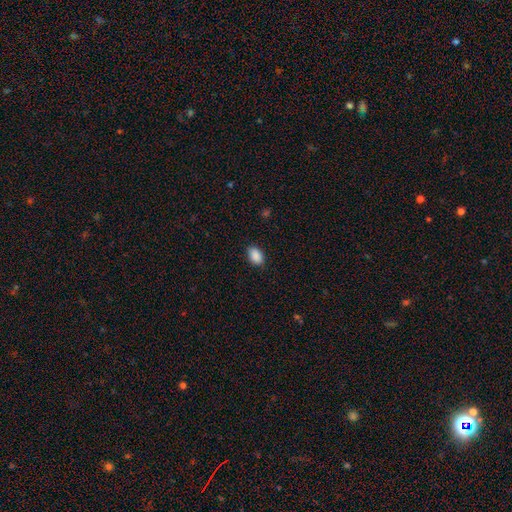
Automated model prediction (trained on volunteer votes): A smooth galaxy with no disk features (90%) that is in between round and cigar-shaped (87%).

Vote fractions:
- Smooth or featured? smooth: 90% / star or artifact: 8% / featured or disk: 3%
- How rounded? in between: 87% / round: 12% / cigar-shaped: 1%
- Merging? none: 86% / minor disturbance: 11% / major disturbance: 2% / merger: 1%